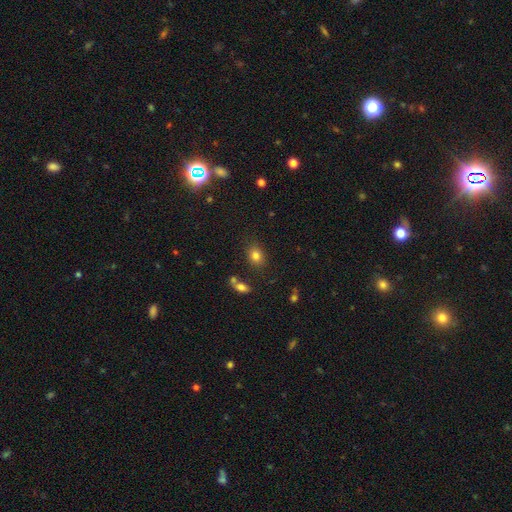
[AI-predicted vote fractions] smooth 81%, star or artifact 12%, featured or disk 7%. Down the decision tree: how rounded — in between (49%, tied with round); merging — none (80%).